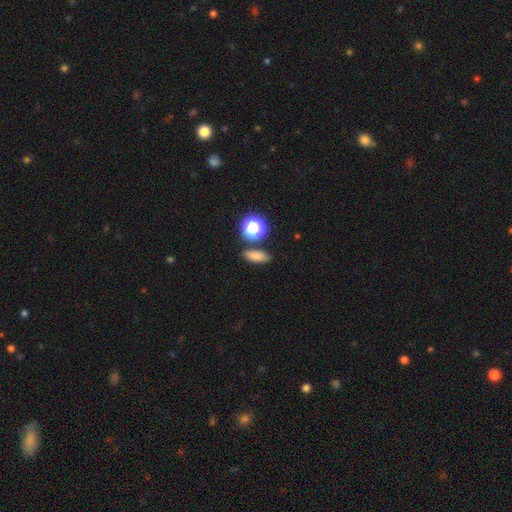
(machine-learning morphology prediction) A smooth galaxy with no disk features (77%) that is in between round and cigar-shaped (67%). Merging: none (79%).